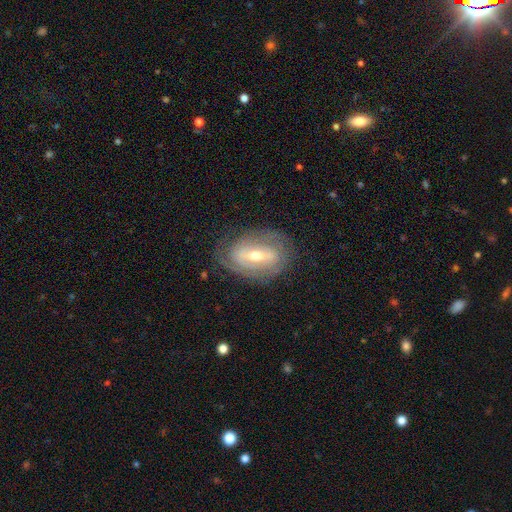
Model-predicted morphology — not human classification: A featured or disk galaxy (81%) with a strong bar (48%), 2 (52%) tight (63%) spiral arms (84%) and a moderate central bulge (61%).

Vote fractions:
- Smooth or featured? featured or disk: 81% / smooth: 14% / star or artifact: 6%
- Edge-on disk? no: 93% / yes: 7%
- Bar? strong: 48% / weak: 36% / no: 16%
- Spiral arms? yes: 84% / no: 16%
- Spiral winding? tight: 63% / medium: 28% / loose: 9%
- Spiral arm count? 2: 52% / can't tell: 29% / 3: 9% / 1: 5% / 4: 3% / more than 4: 2%
- Bulge size? moderate: 61% / small: 34% / large: 3% / none: 1% / dominant: 1%
- Merging? none: 75% / minor disturbance: 17% / major disturbance: 7% / merger: 1%